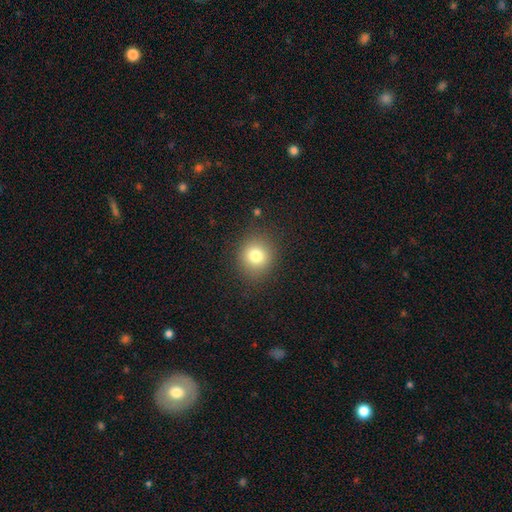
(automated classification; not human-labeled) Smooth or featured?
  - smooth: 79% *
  - star or artifact: 12%
  - featured or disk: 8%
How rounded?
  - round: 85% *
  - in between: 14%
  - cigar-shaped: 1%
Merging?
  - none: 87% *
  - minor disturbance: 8%
  - major disturbance: 3%
  - merger: 1%